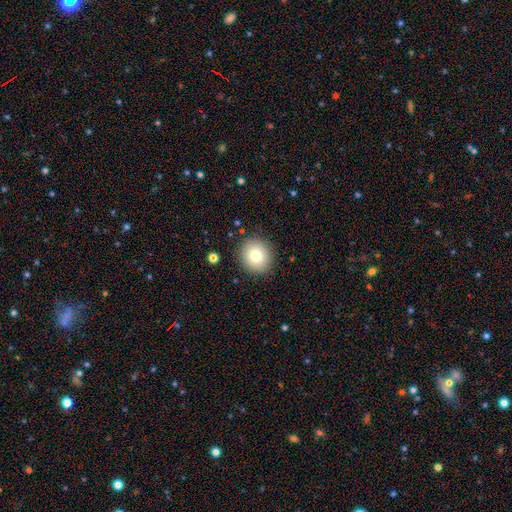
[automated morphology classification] smooth 79%, featured or disk 11%, star or artifact 10%. Down the decision tree: how rounded — round (86%); merging — none (89%).